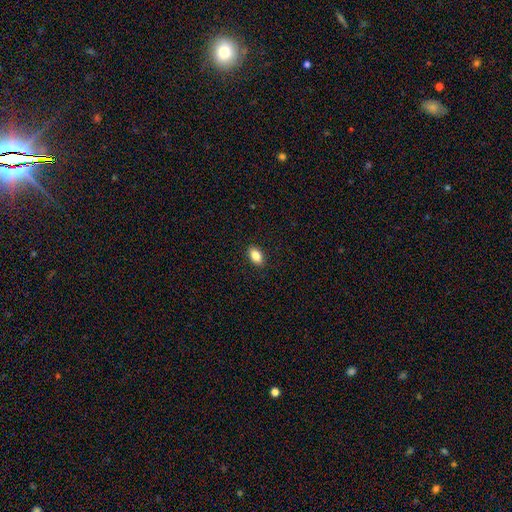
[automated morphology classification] Q: Smooth or featured?
A: smooth (85%); runner-up: star or artifact (8%)
Q: How rounded?
A: in between (90%); runner-up: round (7%)
Q: Merging?
A: none (90%); runner-up: minor disturbance (7%)